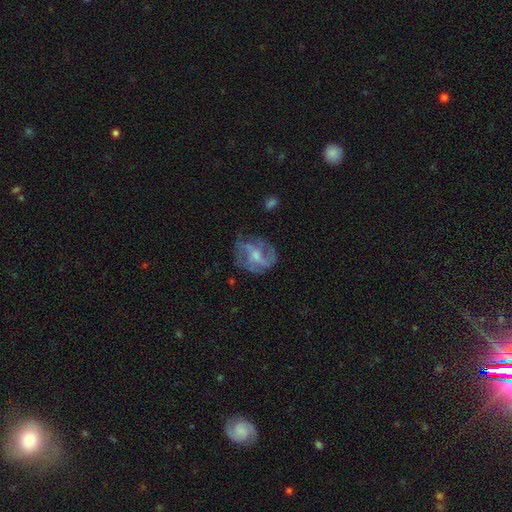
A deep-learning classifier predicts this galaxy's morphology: This is likely a featured or disk galaxy (71%). It is clearly not viewed edge-on (97%). Bar: possibly no (50%). Spiral arm pattern: clearly yes (84%). Spiral arm count: marginally 3 (30%). Spiral winding: possibly medium (45%). Central bulge: marginally moderate (43%). Merging: likely none (63%).